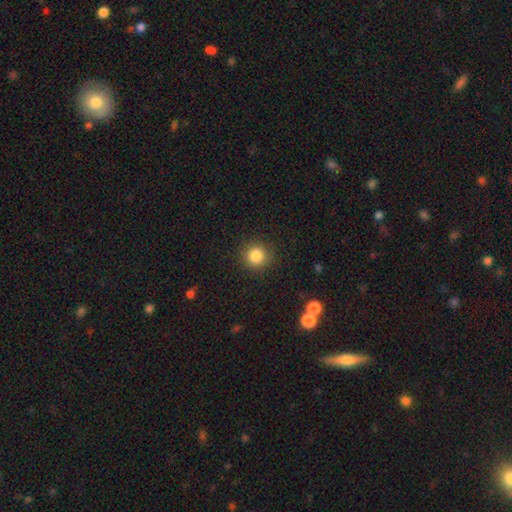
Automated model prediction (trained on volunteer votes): This appears to be a smooth galaxy with no disk features (84%) that is round (92%). Merging: none (89%).